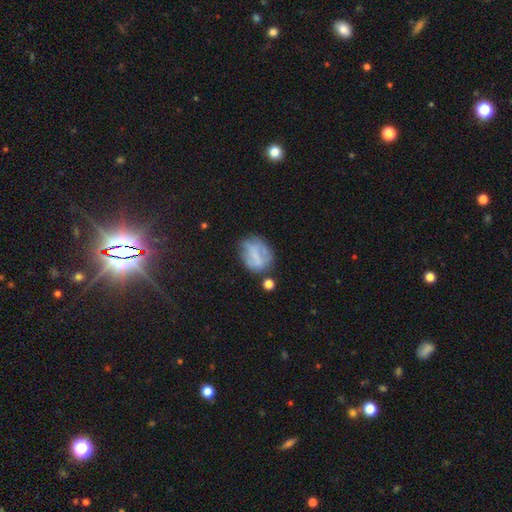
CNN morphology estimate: Q: Smooth or featured?
A: smooth (50%); runner-up: featured or disk (38%)
Q: Merging?
A: none (47%); runner-up: minor disturbance (27%)